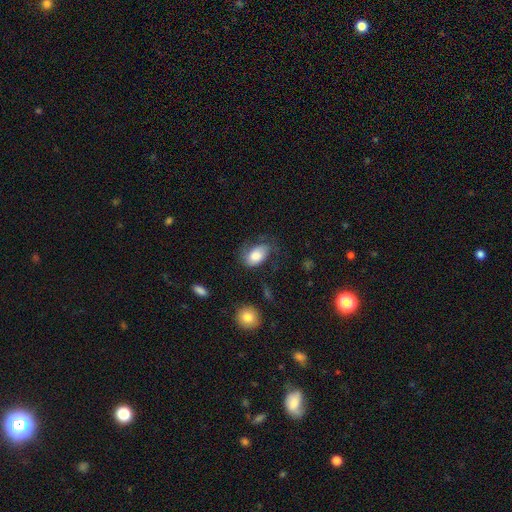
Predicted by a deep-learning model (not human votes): A smooth galaxy with no disk features (70%) that is in between round and cigar-shaped (88%).

Vote fractions:
- Smooth or featured? smooth: 70% / featured or disk: 22% / star or artifact: 7%
- How rounded? in between: 88% / round: 10% / cigar-shaped: 1%
- Merging? none: 45% / minor disturbance: 28% / major disturbance: 25% / merger: 3%